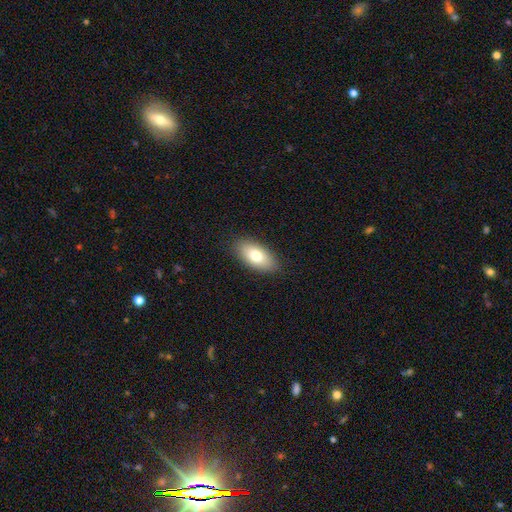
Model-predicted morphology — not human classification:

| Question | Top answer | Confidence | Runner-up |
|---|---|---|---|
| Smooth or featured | smooth | 76% | featured or disk (16%) |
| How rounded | in between | 91% | cigar-shaped (5%) |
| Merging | none | 87% | minor disturbance (10%) |